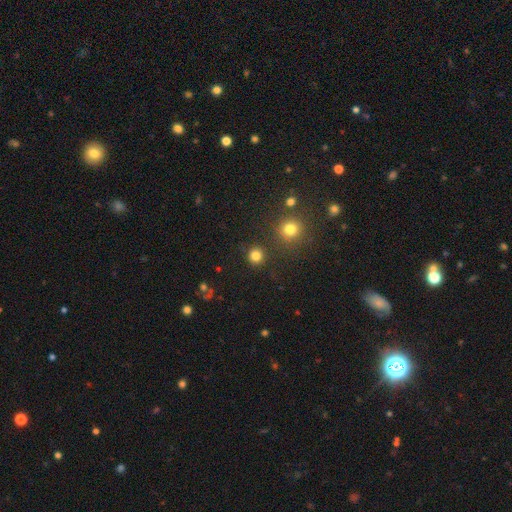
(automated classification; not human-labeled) The model was most divided on "smooth or featured": smooth: 81%, star or artifact: 14%, featured or disk: 4%. More confident: how rounded — round (93%); merging — none (88%).